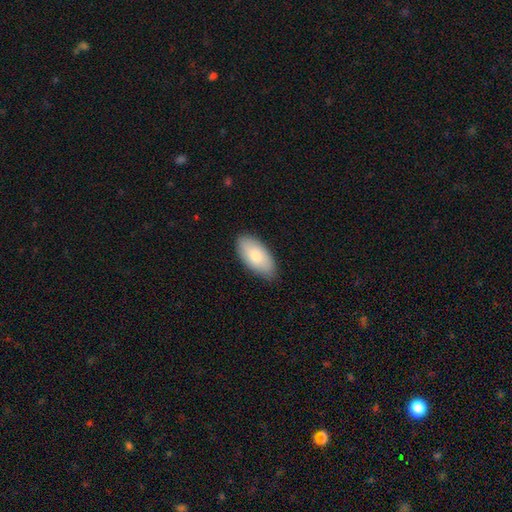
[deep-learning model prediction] This is clearly a smooth galaxy (81%). How rounded: clearly in between (94%). Merging: clearly none (84%).